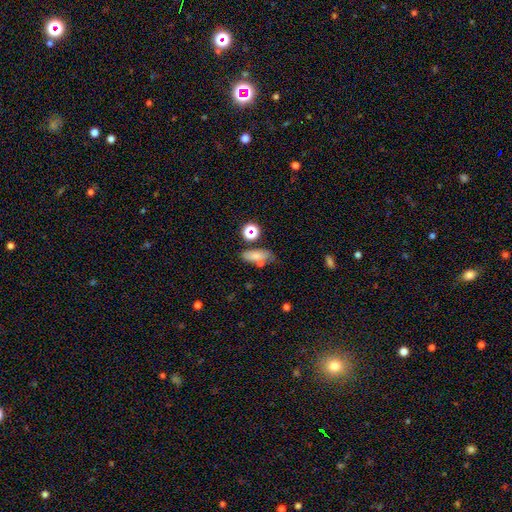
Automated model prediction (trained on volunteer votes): Morphology: type=smooth (69%); roundness=in between (69%); merging=none (54%).